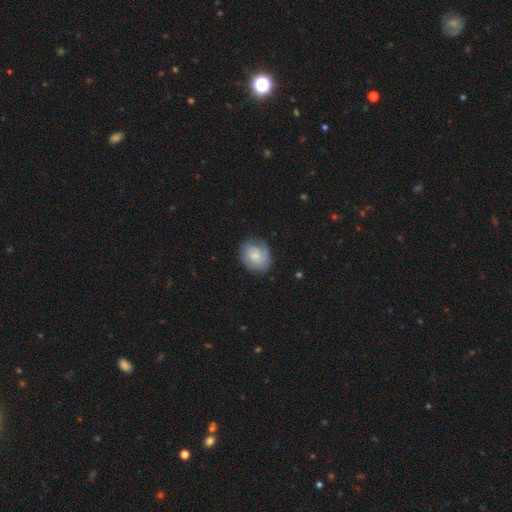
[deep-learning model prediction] A smooth galaxy with no disk features (51%) that is round (60%). Merging: none (74%).